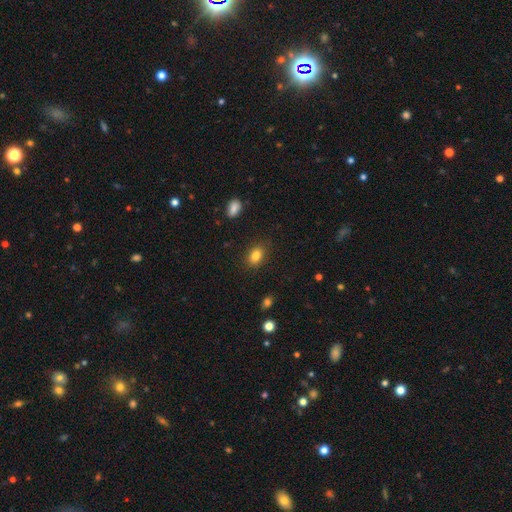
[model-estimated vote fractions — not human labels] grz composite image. It shows a smooth galaxy with no disk features (85%) that is in between round and cigar-shaped (80%). Merging: none (85%).